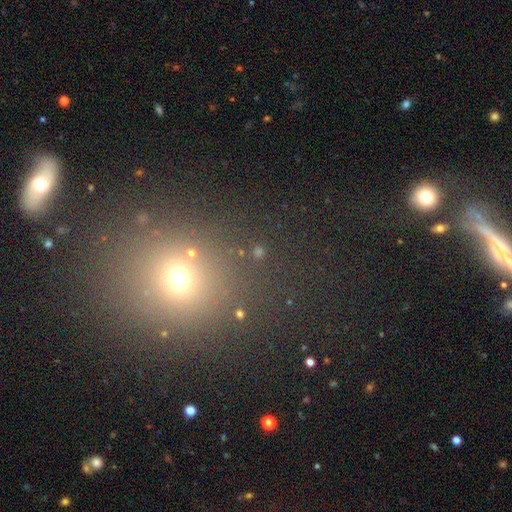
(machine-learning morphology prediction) A smooth galaxy with no disk features (53%) that is round (76%).

Vote fractions:
- Smooth or featured? smooth: 53% / star or artifact: 36% / featured or disk: 10%
- How rounded? round: 76% / in between: 22% / cigar-shaped: 2%
- Merging? none: 78% / minor disturbance: 10% / merger: 6% / major disturbance: 6%